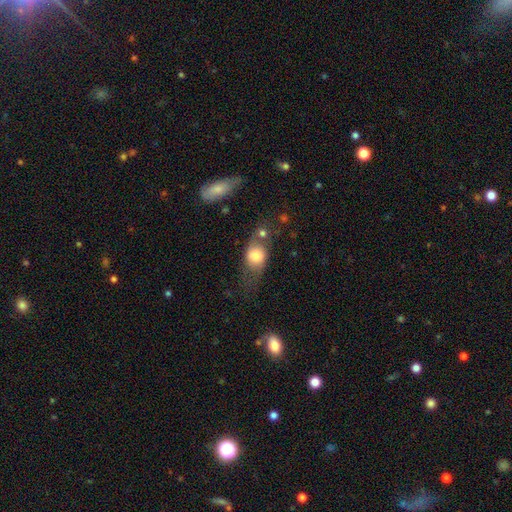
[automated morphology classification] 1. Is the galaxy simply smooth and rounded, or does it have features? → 68% smooth, 24% featured or disk, 8% star or artifact.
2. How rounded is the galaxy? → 59% in between, 37% round, 5% cigar-shaped.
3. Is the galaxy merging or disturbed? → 44% none, 24% minor disturbance, 18% major disturbance, 15% merger.